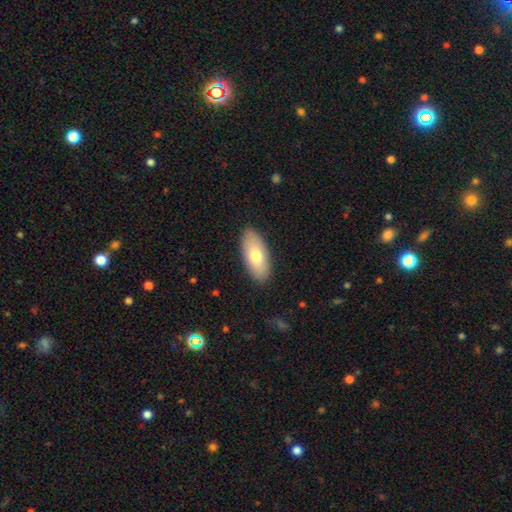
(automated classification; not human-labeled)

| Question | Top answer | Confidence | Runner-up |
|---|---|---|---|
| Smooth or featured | smooth | 73% | featured or disk (21%) |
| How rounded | in between | 89% | cigar-shaped (9%) |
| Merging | none | 88% | minor disturbance (9%) |